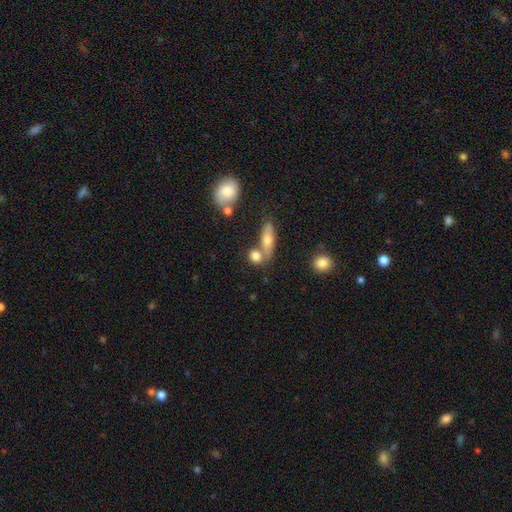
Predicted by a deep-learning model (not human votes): Smooth or featured: smooth — 74% (featured or disk — 15%)
How rounded: round — 51% (in between — 37%)
Merging: none — 52% (merger — 34%)